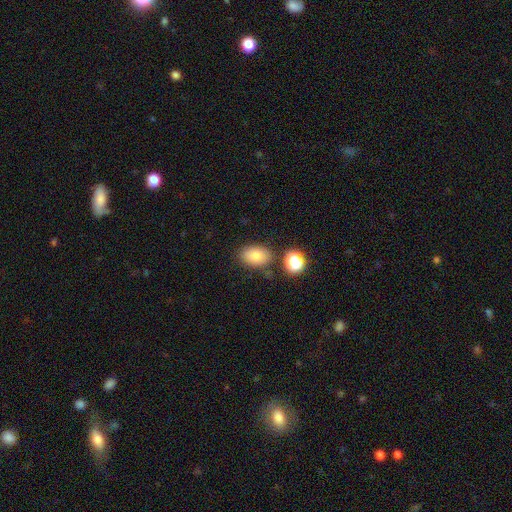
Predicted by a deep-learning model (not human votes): A smooth galaxy with no disk features (79%) that is in between round and cigar-shaped (84%).

Vote fractions:
- Smooth or featured? smooth: 79% / star or artifact: 12% / featured or disk: 9%
- How rounded? in between: 84% / round: 15% / cigar-shaped: 1%
- Merging? none: 79% / minor disturbance: 12% / merger: 6% / major disturbance: 3%